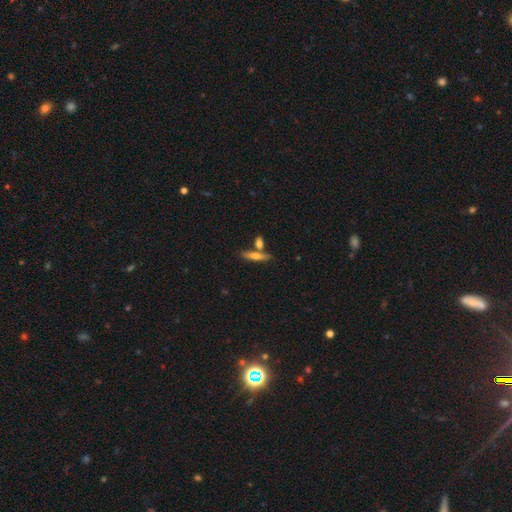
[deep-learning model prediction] Morphology: type=smooth (60%); roundness=cigar-shaped (79%); merging=none (66%).